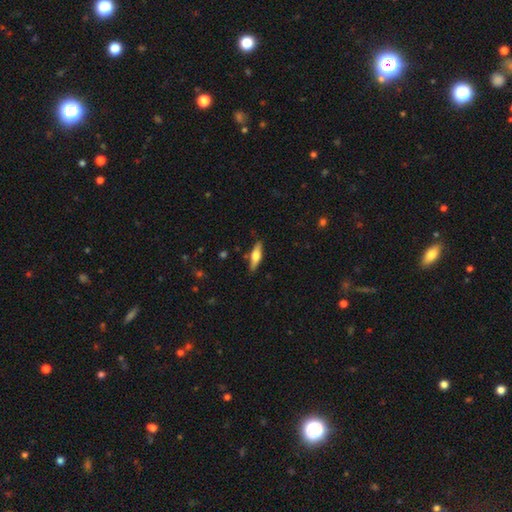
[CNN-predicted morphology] Q: Smooth or featured?
A: smooth (50%); runner-up: featured or disk (44%)
Q: How rounded?
A: cigar-shaped (62%); runner-up: in between (35%)
Q: Merging?
A: none (86%); runner-up: minor disturbance (10%)